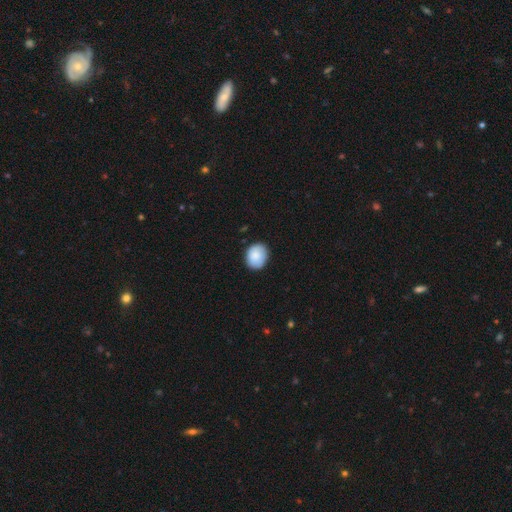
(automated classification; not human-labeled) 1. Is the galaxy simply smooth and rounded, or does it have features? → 86% smooth, 7% featured or disk, 7% star or artifact.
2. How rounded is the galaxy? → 59% round, 40% in between, 1% cigar-shaped.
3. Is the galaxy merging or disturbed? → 84% none, 13% minor disturbance, 2% major disturbance, 1% merger.